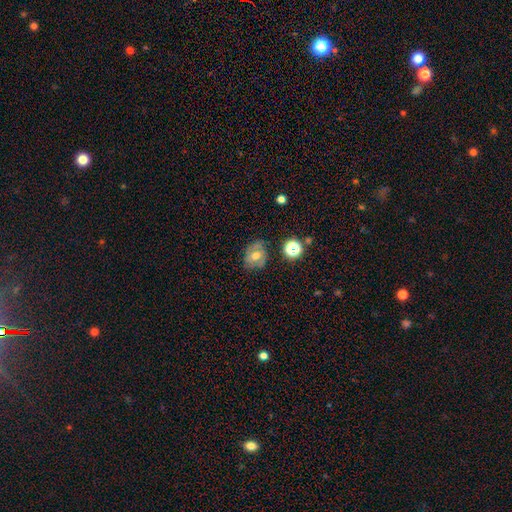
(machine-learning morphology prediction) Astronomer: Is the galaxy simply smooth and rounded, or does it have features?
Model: smooth — 48% (runner-up: featured or disk, 39%).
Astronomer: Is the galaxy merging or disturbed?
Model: none — 71%.